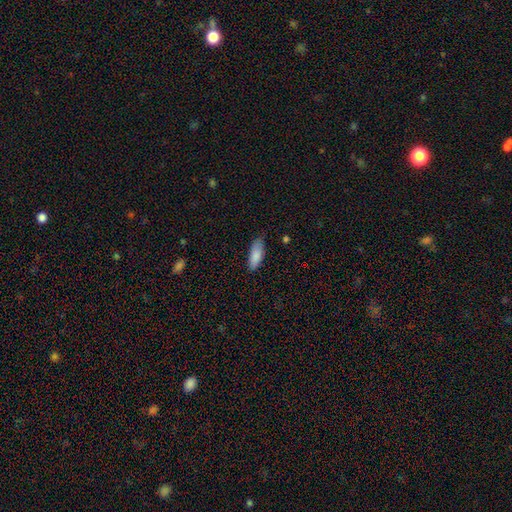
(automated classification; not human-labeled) Smooth or featured? smooth (87%)
How rounded? in between (70%)
Merging? none (77%)